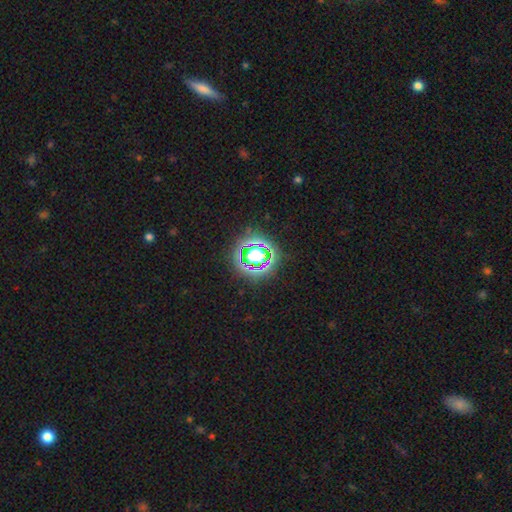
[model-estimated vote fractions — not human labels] Smooth or featured? Predicted: star or artifact (p=0.53).